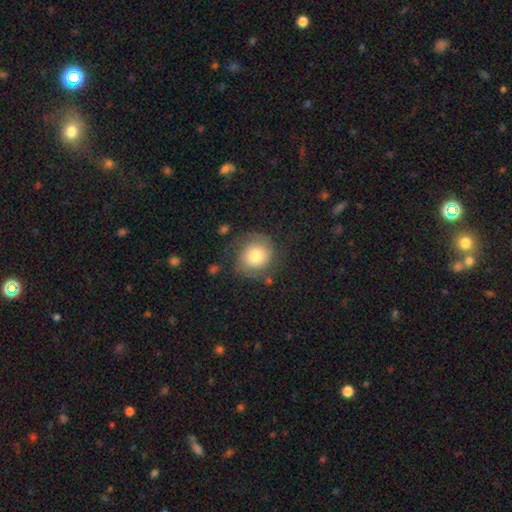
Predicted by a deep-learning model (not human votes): Q: Smooth or featured?
A: featured or disk (46%); runner-up: smooth (45%)
Q: Merging?
A: none (67%); runner-up: minor disturbance (18%)